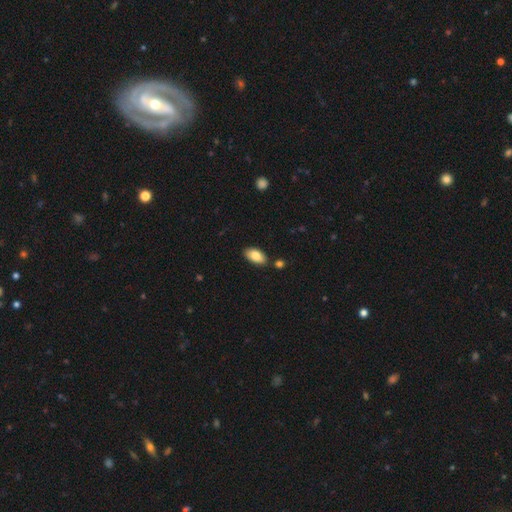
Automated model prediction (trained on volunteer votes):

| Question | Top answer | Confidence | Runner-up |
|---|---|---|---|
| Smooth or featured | smooth | 83% | featured or disk (10%) |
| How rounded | in between | 94% | cigar-shaped (4%) |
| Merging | none | 83% | minor disturbance (10%) |